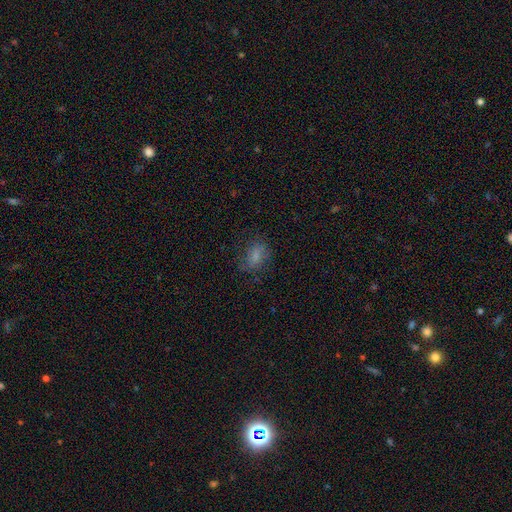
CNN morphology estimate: This appears to be a smooth galaxy with no disk features (70%) that is in between round and cigar-shaped (74%). Merging: none (68%).